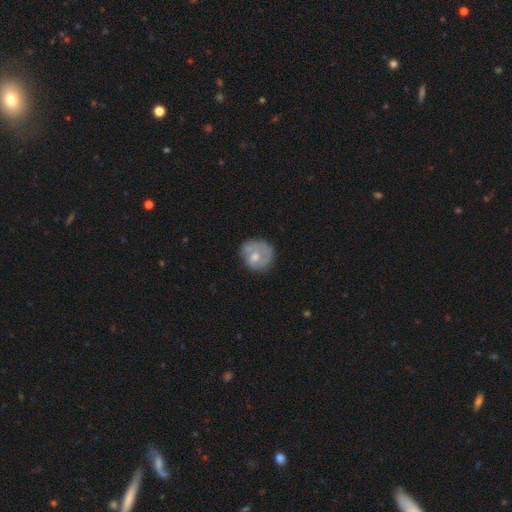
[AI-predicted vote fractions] A smooth galaxy with no disk features (51%) that is round (80%).

Vote fractions:
- Smooth or featured? smooth: 51% / featured or disk: 42% / star or artifact: 7%
- How rounded? round: 80% / in between: 19% / cigar-shaped: 1%
- Merging? none: 56% / minor disturbance: 25% / major disturbance: 15% / merger: 4%